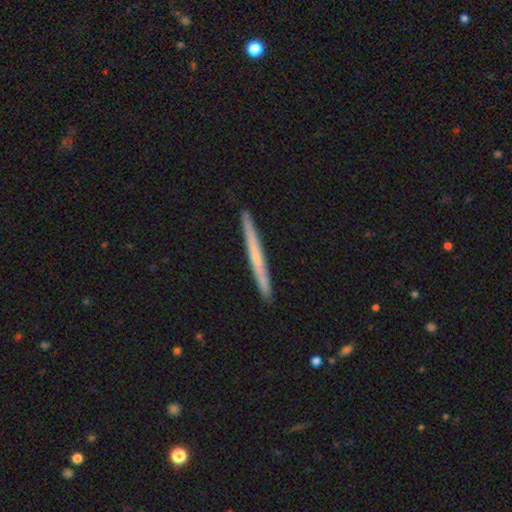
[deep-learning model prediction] This appears to be a featured or disk galaxy (49%). Merging: none (93%).